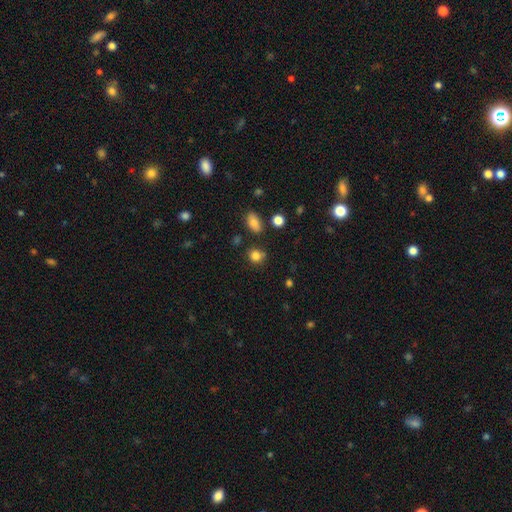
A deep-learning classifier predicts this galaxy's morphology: A smooth galaxy with no disk features (83%) that is round (79%).

Vote fractions:
- Smooth or featured? smooth: 83% / star or artifact: 12% / featured or disk: 5%
- How rounded? round: 79% / in between: 20% / cigar-shaped: 1%
- Merging? none: 78% / minor disturbance: 12% / merger: 7% / major disturbance: 4%